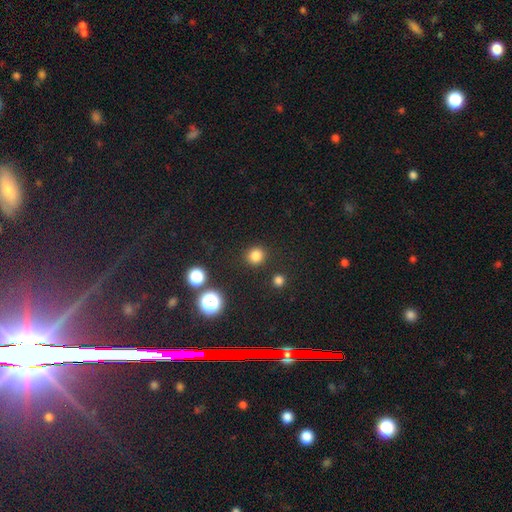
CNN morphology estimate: The model was most divided on "smooth or featured": smooth: 81%, star or artifact: 15%, featured or disk: 4%. More confident: how rounded — round (89%); merging — none (88%).